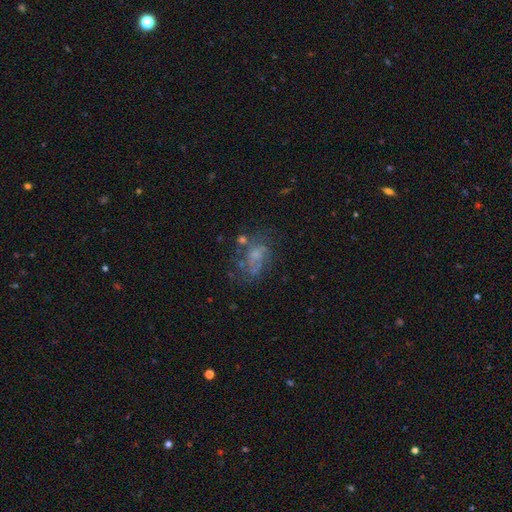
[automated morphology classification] A featured or disk galaxy (57%) with no bar (79%), spiral arms (51%) and no central bulge (38%). Merging: none (46%).